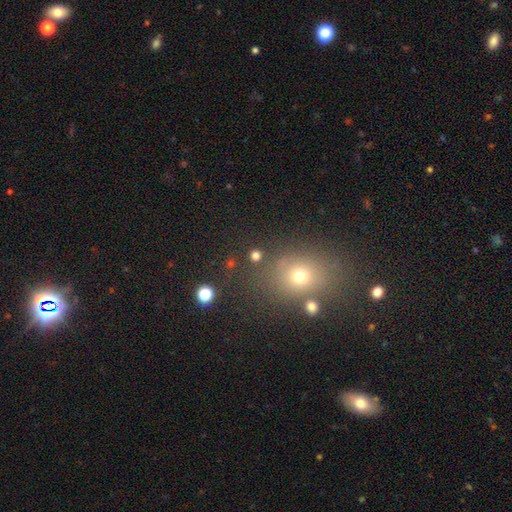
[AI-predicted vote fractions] The model was most divided on "smooth or featured": smooth: 72%, star or artifact: 21%, featured or disk: 7%. More confident: how rounded — round (86%); merging — none (81%).